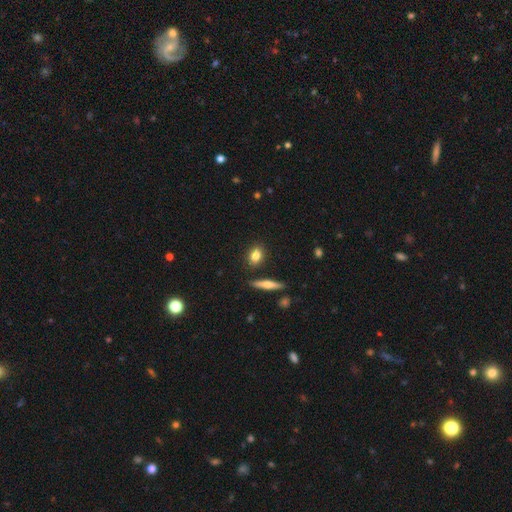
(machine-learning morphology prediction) Q: Smooth or featured?
A: smooth (81%); runner-up: featured or disk (11%)
Q: How rounded?
A: in between (65%); runner-up: round (27%)
Q: Merging?
A: none (84%); runner-up: minor disturbance (9%)